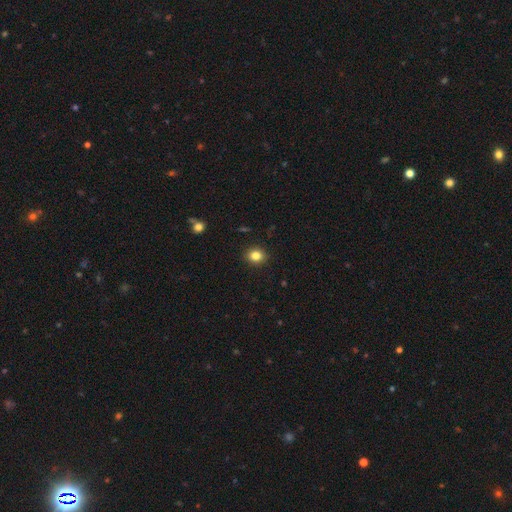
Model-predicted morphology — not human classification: This appears to be a smooth galaxy with no disk features (83%) that is round (71%). Merging: none (91%).